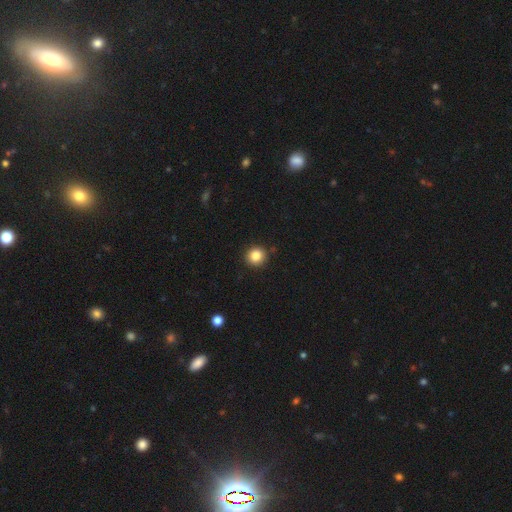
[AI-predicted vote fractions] Overall: smooth (85%). How rounded: round (93%). Merging: none (91%).